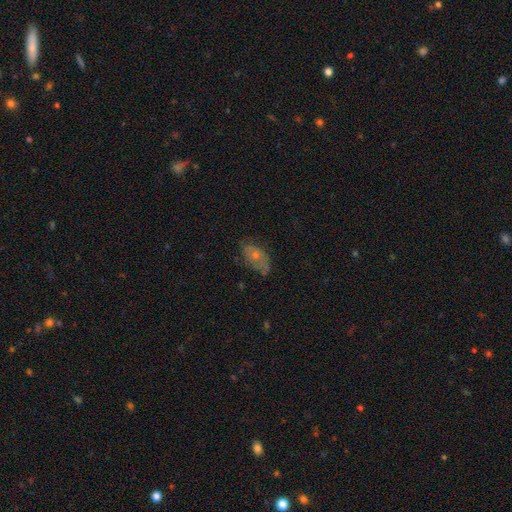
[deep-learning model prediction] Smooth or featured? Predicted: smooth (p=0.46). Merging? Predicted: none (p=0.57).